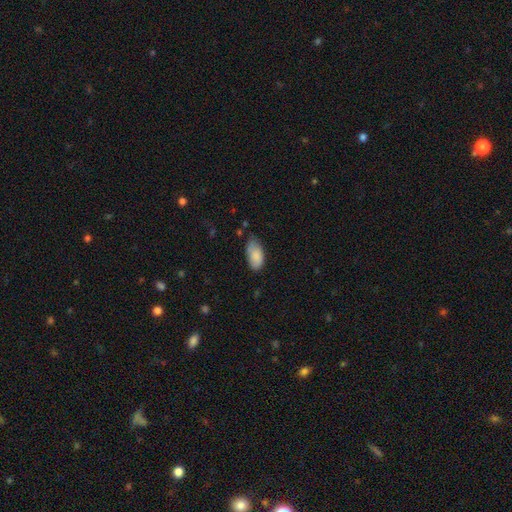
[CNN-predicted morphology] A smooth galaxy with no disk features (85%) that is in between round and cigar-shaped (94%).

Vote fractions:
- Smooth or featured? smooth: 85% / featured or disk: 9% / star or artifact: 6%
- How rounded? in between: 94% / cigar-shaped: 4% / round: 3%
- Merging? none: 56% / minor disturbance: 35% / major disturbance: 7% / merger: 2%